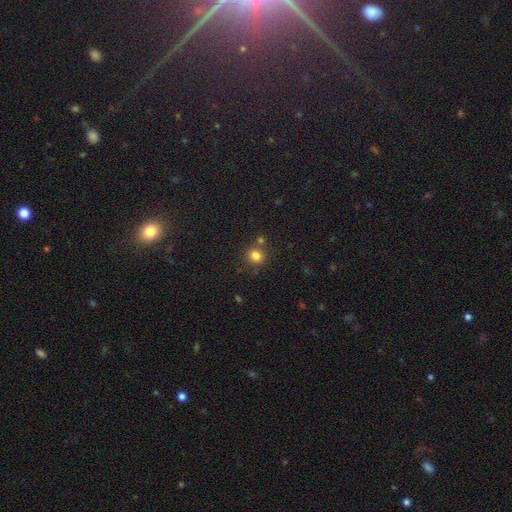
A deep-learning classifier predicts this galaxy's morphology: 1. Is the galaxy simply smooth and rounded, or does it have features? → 80% smooth, 14% star or artifact, 6% featured or disk.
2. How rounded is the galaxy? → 86% round, 13% in between, 1% cigar-shaped.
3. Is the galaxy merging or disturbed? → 75% none, 13% merger, 9% minor disturbance, 3% major disturbance.